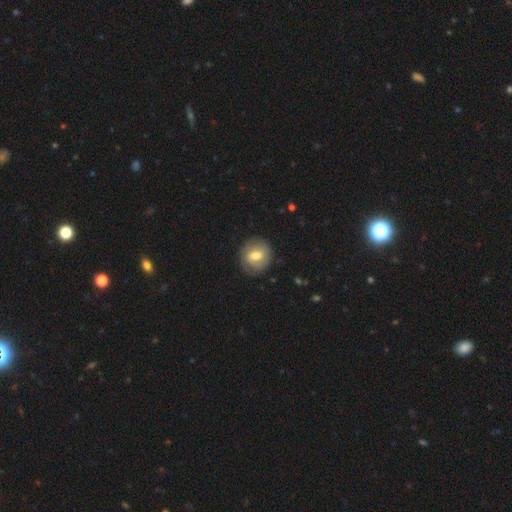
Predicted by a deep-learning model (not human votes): Smooth or featured? smooth (52%)
How rounded? round (80%)
Merging? none (81%)